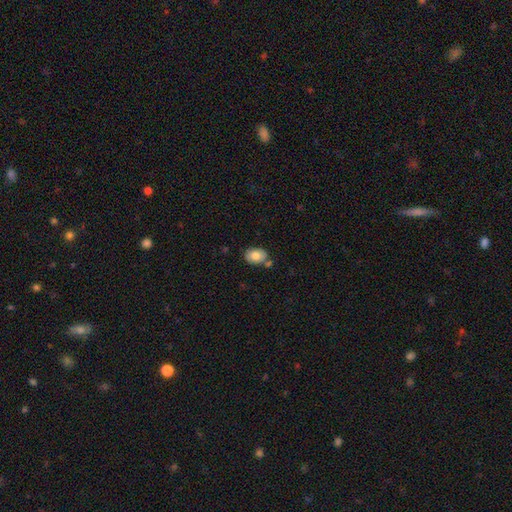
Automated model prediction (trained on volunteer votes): Smooth or featured?
  - smooth: 79% *
  - featured or disk: 13%
  - star or artifact: 7%
How rounded?
  - in between: 79% *
  - round: 20%
  - cigar-shaped: 1%
Merging?
  - none: 69% *
  - minor disturbance: 15%
  - merger: 13%
  - major disturbance: 4%